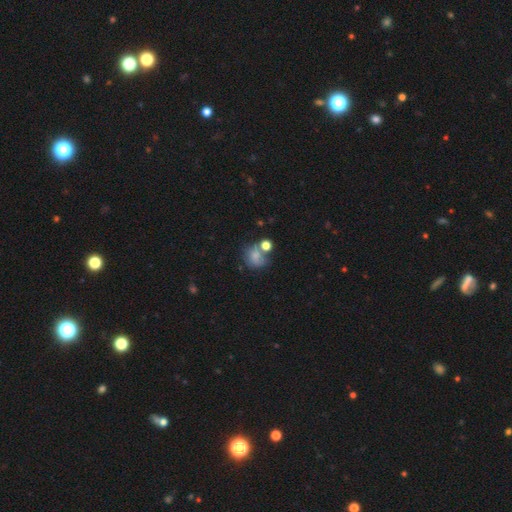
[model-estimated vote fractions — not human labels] Overall: smooth (71%). How rounded: round (68%; in between 31%). Merging: none (40%; merger 28%).